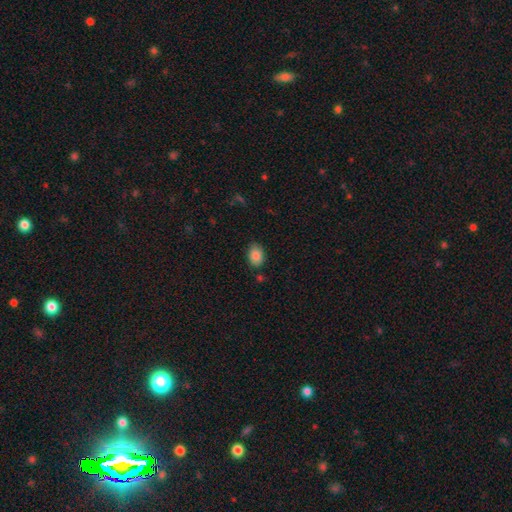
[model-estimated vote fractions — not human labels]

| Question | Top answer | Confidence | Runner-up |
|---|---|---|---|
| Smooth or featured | smooth | 86% | star or artifact (8%) |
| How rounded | in between | 77% | round (22%) |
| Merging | none | 80% | minor disturbance (14%) |